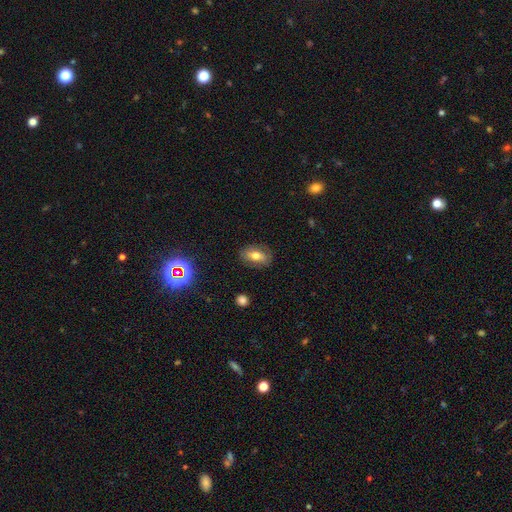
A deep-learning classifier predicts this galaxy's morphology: A smooth galaxy with no disk features (62%) that is in between round and cigar-shaped (84%). Merging: none (82%).